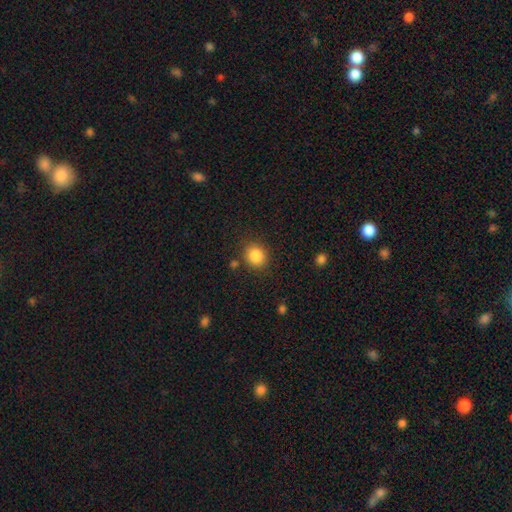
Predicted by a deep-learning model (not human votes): Smooth or featured?
  - smooth: 85% *
  - star or artifact: 10%
  - featured or disk: 5%
How rounded?
  - round: 79% *
  - in between: 20%
  - cigar-shaped: 1%
Merging?
  - none: 84% *
  - minor disturbance: 9%
  - merger: 3%
  - major disturbance: 3%